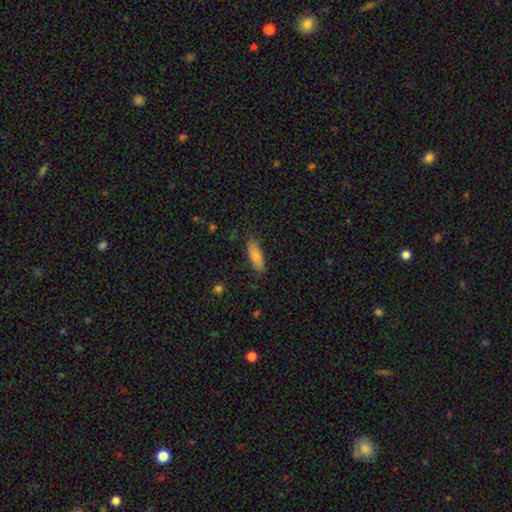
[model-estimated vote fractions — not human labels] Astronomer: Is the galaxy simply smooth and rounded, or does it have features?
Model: smooth — 82%.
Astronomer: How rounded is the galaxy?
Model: in between — 55% (runner-up: cigar-shaped, 43%).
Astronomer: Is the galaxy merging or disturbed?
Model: none — 81%.